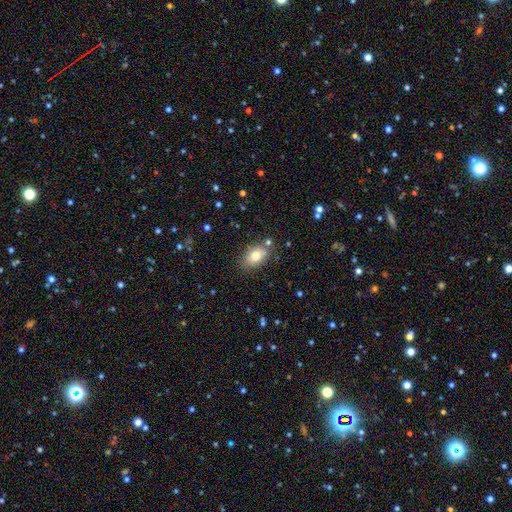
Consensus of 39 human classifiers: smooth-or-featured: smooth: 74% | featured or disk: 18% | star or artifact: 8%
  how-rounded: in between: 90% | round: 7% | cigar-shaped: 3%
  merging: none: 75% | minor disturbance: 19% | merger: 6% | major disturbance: 0%